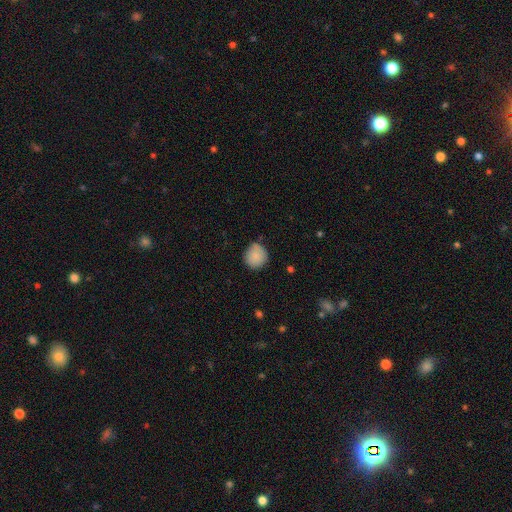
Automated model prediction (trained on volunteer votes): Smooth or featured? smooth (87%)
How rounded? round (90%)
Merging? none (77%)